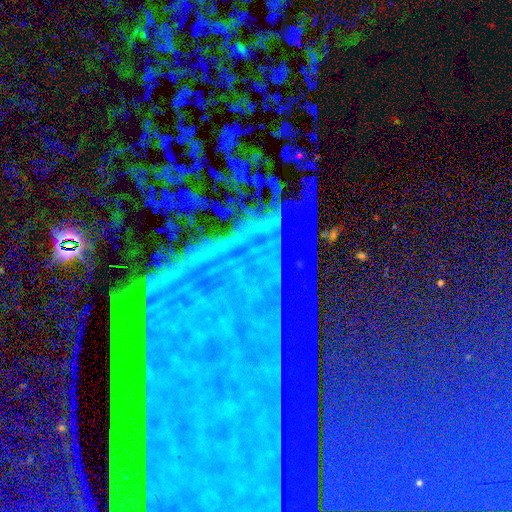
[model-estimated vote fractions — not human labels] Smooth or featured? star or artifact (76%)